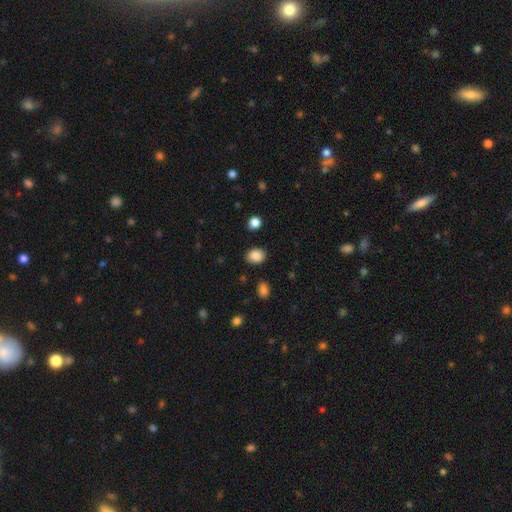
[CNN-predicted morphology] Smooth or featured: smooth — 87% (star or artifact — 9%)
How rounded: in between — 50% (round — 49%)
Merging: none — 86% (minor disturbance — 10%)